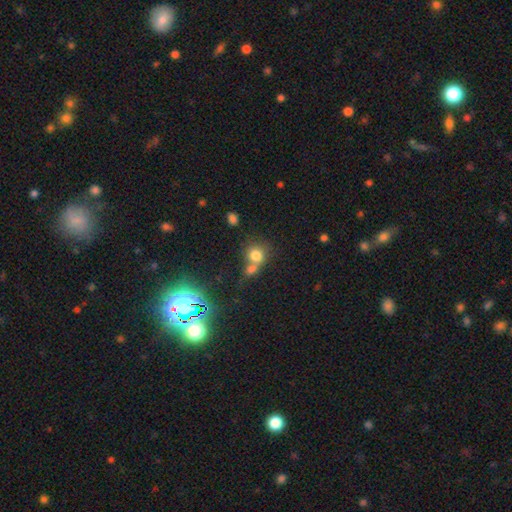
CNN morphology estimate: A smooth galaxy with no disk features (76%) that is round (79%).

Vote fractions:
- Smooth or featured? smooth: 76% / star or artifact: 14% / featured or disk: 10%
- How rounded? round: 79% / in between: 20% / cigar-shaped: 1%
- Merging? merger: 49% / none: 38% / minor disturbance: 9% / major disturbance: 4%